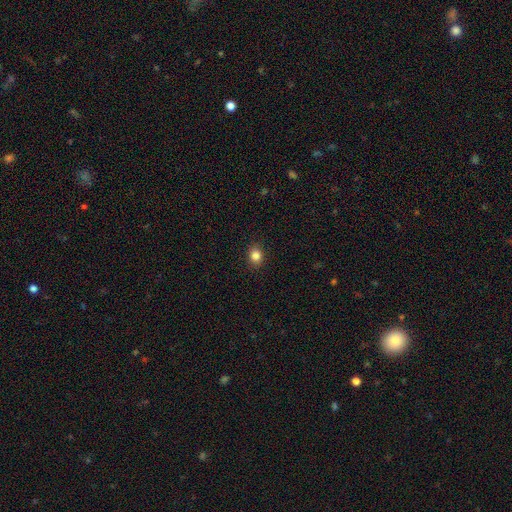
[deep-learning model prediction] This is clearly a smooth galaxy (83%). How rounded: likely round (62%). Merging: clearly none (90%).